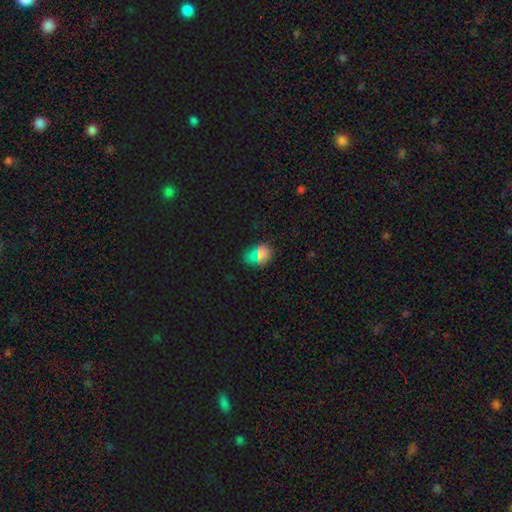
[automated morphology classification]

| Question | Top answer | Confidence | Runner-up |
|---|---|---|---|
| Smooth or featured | smooth | 65% | star or artifact (26%) |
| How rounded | in between | 61% | round (36%) |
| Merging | none | 82% | minor disturbance (12%) |